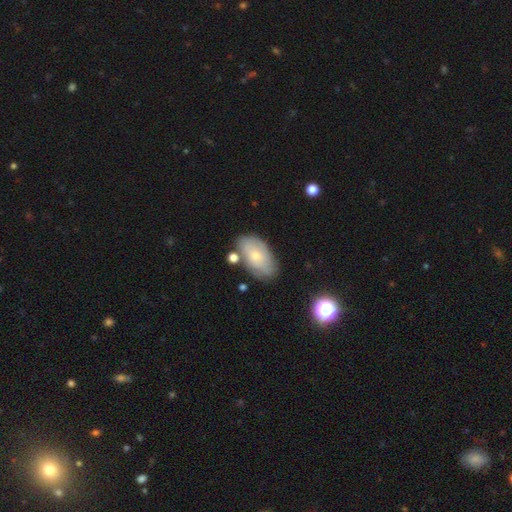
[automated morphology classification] Smooth or featured? Predicted: smooth (p=0.57). How rounded? Predicted: in between (p=0.92). Merging? Predicted: none (p=0.66).